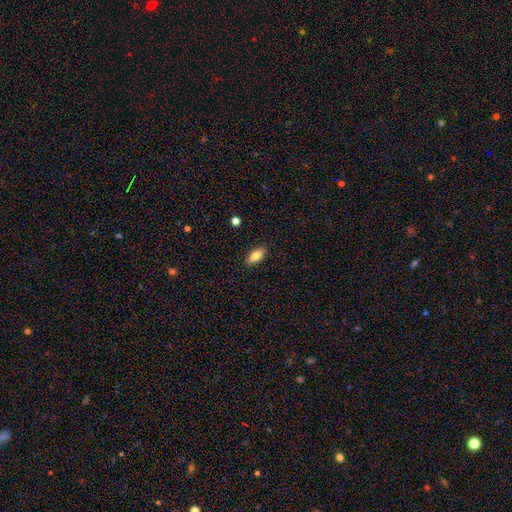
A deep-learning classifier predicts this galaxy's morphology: smooth_or_featured: smooth (p=0.81) [alt: featured or disk p=0.12]
how_rounded: in between (p=0.81) [alt: cigar-shaped p=0.16]
merging: none (p=0.89) [alt: minor disturbance p=0.08]